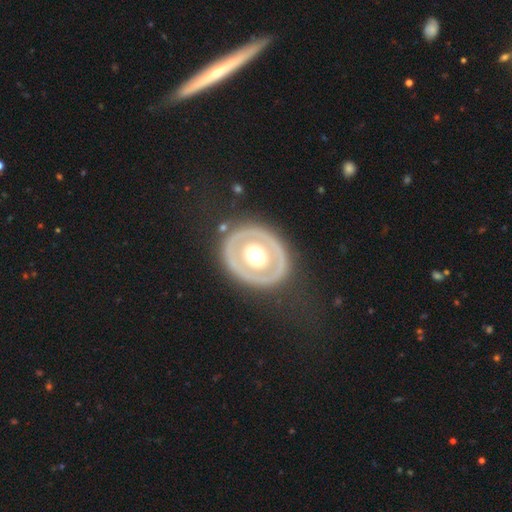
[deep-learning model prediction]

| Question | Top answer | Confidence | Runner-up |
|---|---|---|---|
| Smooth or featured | featured or disk | 60% | smooth (34%) |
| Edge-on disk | no | 92% | yes (8%) |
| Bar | no | 89% | weak (8%) |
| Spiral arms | no | 91% | yes (9%) |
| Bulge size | moderate | 47% | large (45%) |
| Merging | none | 78% | minor disturbance (13%) |